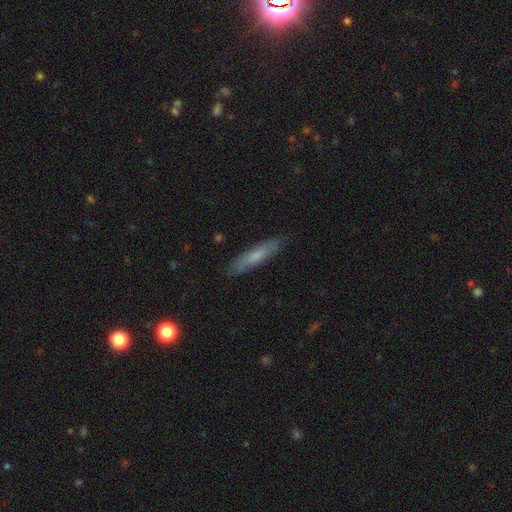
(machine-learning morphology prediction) A smooth galaxy with no disk features (63%) that is cigar-shaped (85%).

Vote fractions:
- Smooth or featured? smooth: 63% / featured or disk: 30% / star or artifact: 6%
- How rounded? cigar-shaped: 85% / in between: 13% / round: 2%
- Merging? none: 85% / minor disturbance: 12% / major disturbance: 2% / merger: 1%